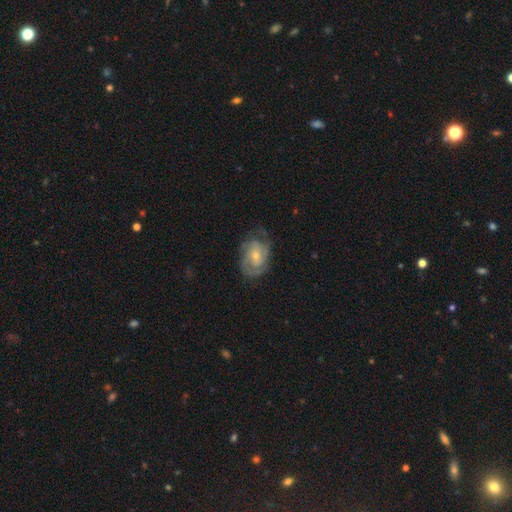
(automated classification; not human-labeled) Smooth or featured: featured or disk — 76% (smooth — 17%)
Edge-on disk: no — 97% (yes — 3%)
Bar: no — 53% (weak — 39%)
Spiral arms: yes — 91% (no — 9%)
Spiral winding: tight — 55% (medium — 36%)
Spiral arm count: 2 — 44% (can't tell — 27%)
Bulge size: small — 52% (moderate — 43%)
Merging: none — 67% (minor disturbance — 22%)